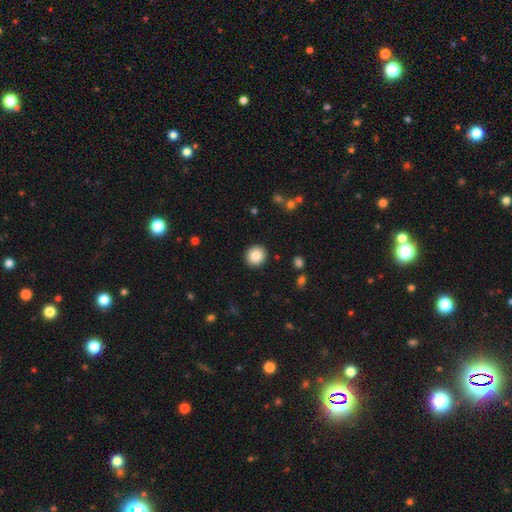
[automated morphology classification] Smooth or featured?
  - smooth: 86% *
  - star or artifact: 9%
  - featured or disk: 6%
How rounded?
  - round: 91% *
  - in between: 8%
  - cigar-shaped: 1%
Merging?
  - none: 92% *
  - minor disturbance: 5%
  - major disturbance: 2%
  - merger: 1%